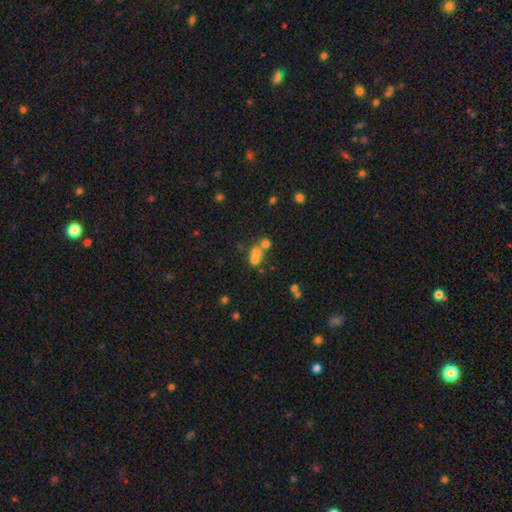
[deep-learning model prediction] smooth-or-featured: smooth: 64% | featured or disk: 19% | star or artifact: 17%
  how-rounded: round: 51% | in between: 47% | cigar-shaped: 2%
  merging: merger: 61% | none: 26% | minor disturbance: 8% | major disturbance: 6%